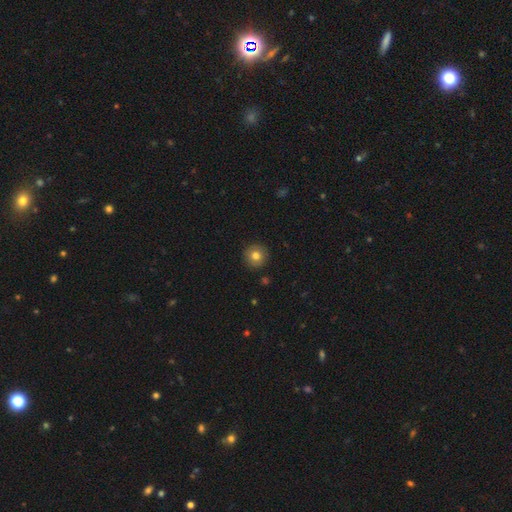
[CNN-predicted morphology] The model was most divided on "smooth or featured": smooth: 79%, featured or disk: 11%, star or artifact: 10%. More confident: how rounded — round (96%); merging — none (92%).